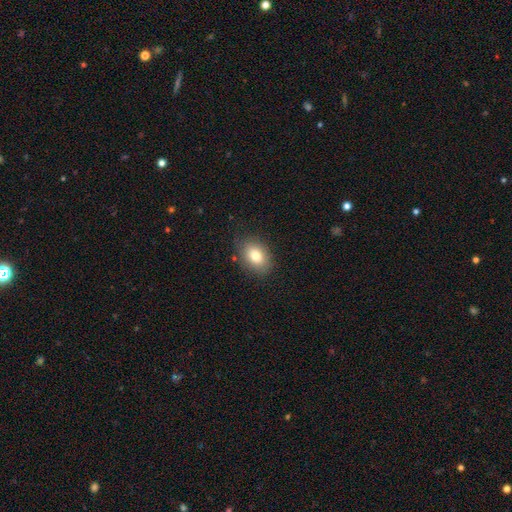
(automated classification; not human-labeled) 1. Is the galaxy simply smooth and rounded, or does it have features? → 79% smooth, 12% featured or disk, 9% star or artifact.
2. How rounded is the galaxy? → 79% in between, 20% round, 1% cigar-shaped.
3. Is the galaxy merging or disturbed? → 80% none, 15% minor disturbance, 4% major disturbance, 1% merger.